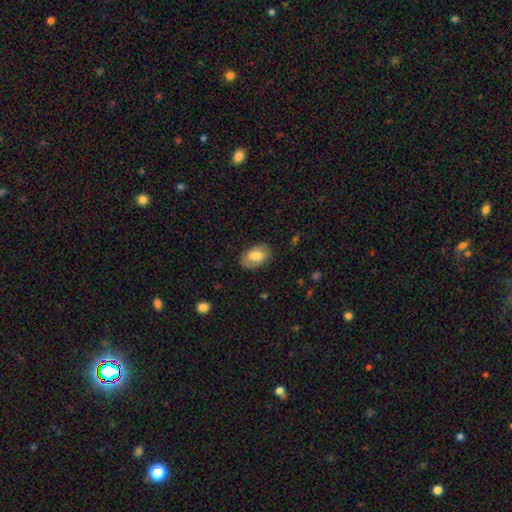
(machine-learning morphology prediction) smooth_or_featured: smooth (p=0.69) [alt: featured or disk p=0.24]
how_rounded: in between (p=0.90) [alt: round p=0.08]
merging: none (p=0.82) [alt: minor disturbance p=0.13]